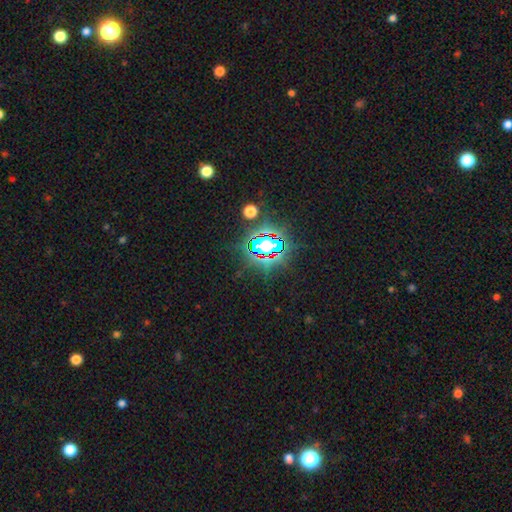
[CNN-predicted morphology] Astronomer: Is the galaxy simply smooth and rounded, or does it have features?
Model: star or artifact — 81%.